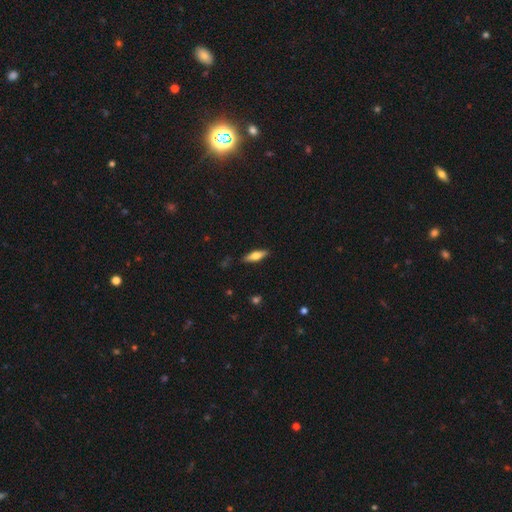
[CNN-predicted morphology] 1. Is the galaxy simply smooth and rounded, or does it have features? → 57% smooth, 37% featured or disk, 6% star or artifact.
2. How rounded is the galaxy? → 55% cigar-shaped, 43% in between, 2% round.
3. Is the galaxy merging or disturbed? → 86% none, 10% minor disturbance, 2% major disturbance, 1% merger.